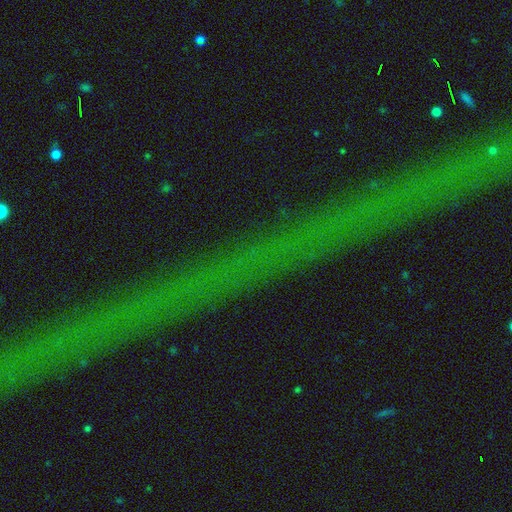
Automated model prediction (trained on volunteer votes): smooth_or_featured: star or artifact (p=0.77) [alt: featured or disk p=0.14]